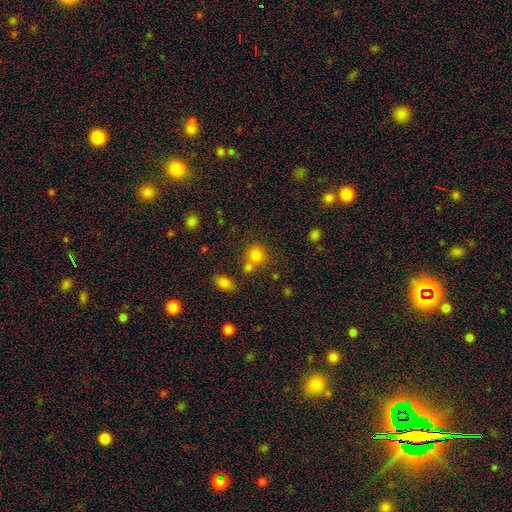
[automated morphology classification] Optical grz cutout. It shows a smooth galaxy with no disk features (79%) that is round (83%). Merging: none (58%).